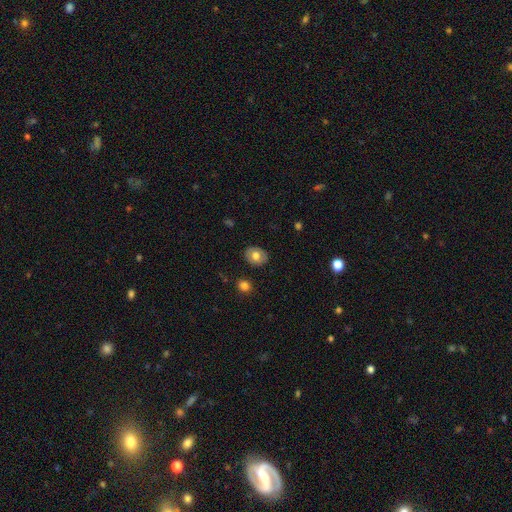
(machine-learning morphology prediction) A smooth galaxy with no disk features (67%) that is in between round and cigar-shaped (57%).

Vote fractions:
- Smooth or featured? smooth: 67% / featured or disk: 26% / star or artifact: 7%
- How rounded? in between: 57% / round: 42% / cigar-shaped: 1%
- Merging? none: 86% / minor disturbance: 10% / major disturbance: 2% / merger: 1%